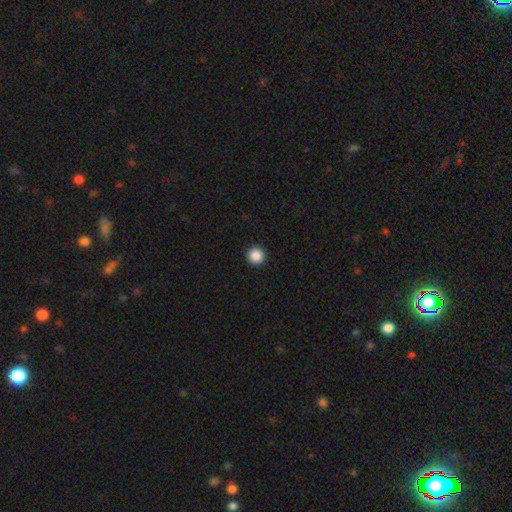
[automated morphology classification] smooth 88%, star or artifact 10%, featured or disk 2%. Down the decision tree: how rounded — round (96%); merging — none (94%).